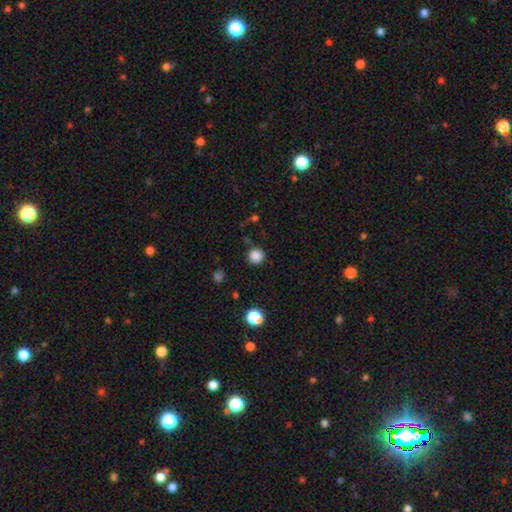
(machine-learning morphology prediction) This is clearly a smooth galaxy (85%). How rounded: clearly round (94%). Merging: clearly none (85%).